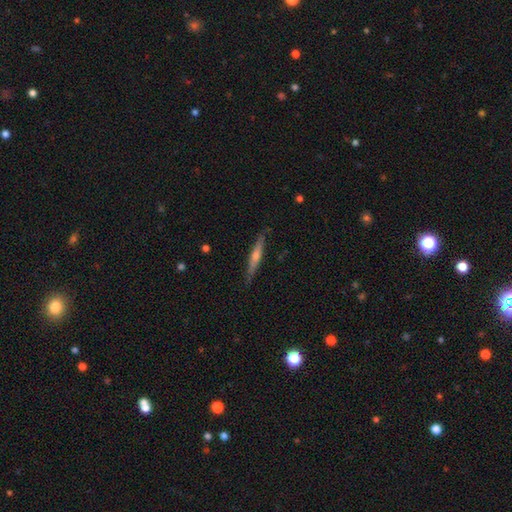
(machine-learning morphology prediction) A featured or disk galaxy (67%) viewed edge-on (97%) with a rounded central bulge (76%). Merging: none (89%).